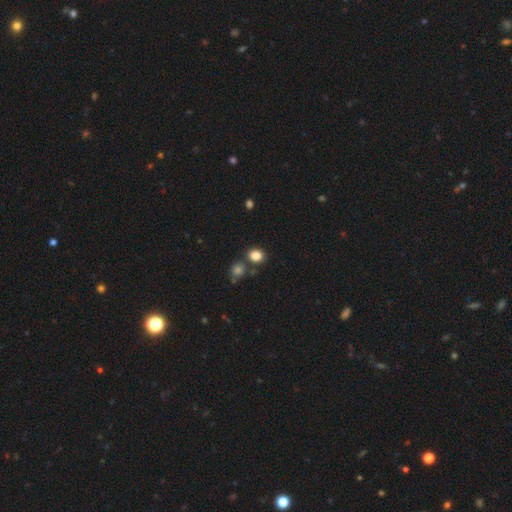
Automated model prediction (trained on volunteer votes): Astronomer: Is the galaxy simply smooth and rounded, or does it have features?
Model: smooth — 84%.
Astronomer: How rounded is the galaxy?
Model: round — 58% (runner-up: in between, 41%).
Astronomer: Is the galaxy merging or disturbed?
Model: none — 71%.